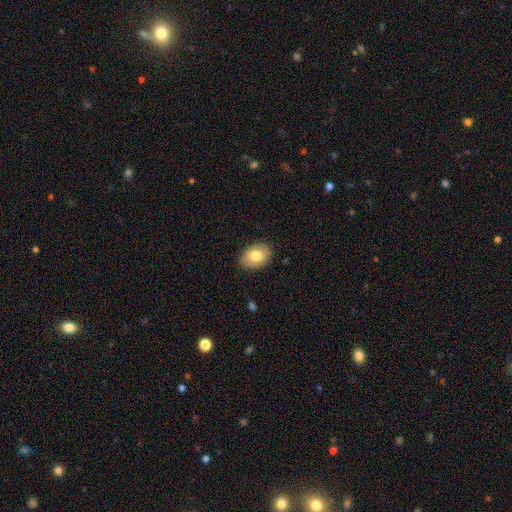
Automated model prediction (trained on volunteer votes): smooth_or_featured: smooth (p=0.79) [alt: featured or disk p=0.14]
how_rounded: in between (p=0.83) [alt: round p=0.16]
merging: none (p=0.88) [alt: minor disturbance p=0.09]